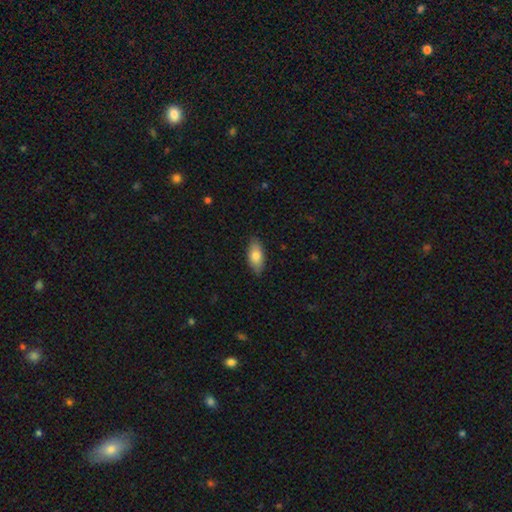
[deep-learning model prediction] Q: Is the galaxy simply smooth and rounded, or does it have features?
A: smooth — 79%.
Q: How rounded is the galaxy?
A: in between — 90%.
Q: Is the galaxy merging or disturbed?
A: none — 86%.